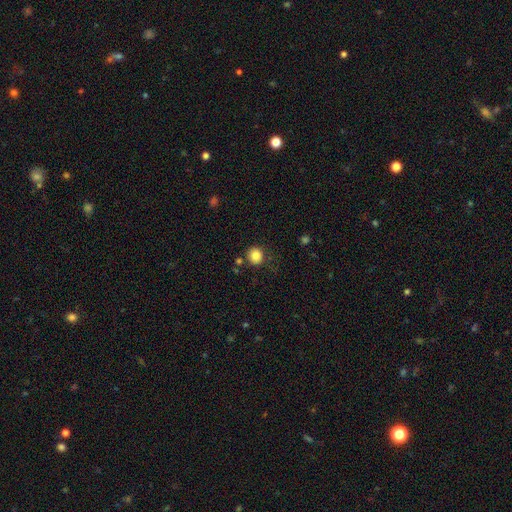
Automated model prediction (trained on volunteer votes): This appears to be a smooth galaxy with no disk features (84%) that is round (87%). Merging: none (80%).